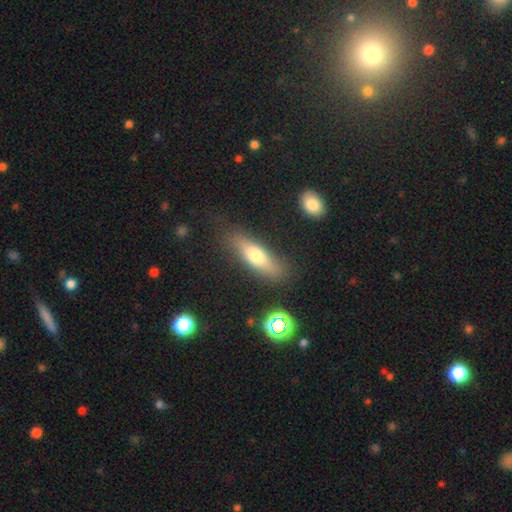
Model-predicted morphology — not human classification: Smooth or featured?
  - smooth: 62% *
  - featured or disk: 30%
  - star or artifact: 8%
How rounded?
  - cigar-shaped: 55% *
  - in between: 42%
  - round: 3%
Merging?
  - none: 79% *
  - minor disturbance: 14%
  - major disturbance: 4%
  - merger: 2%